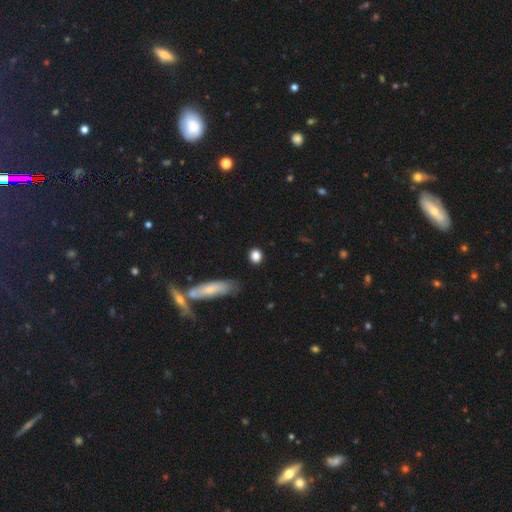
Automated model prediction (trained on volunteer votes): This is clearly a smooth galaxy (84%). How rounded: likely round (69%). Merging: clearly none (85%).